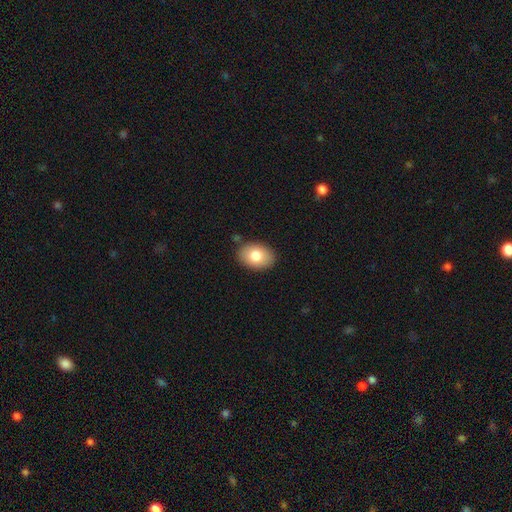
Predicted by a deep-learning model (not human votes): Smooth or featured? smooth (81%)
How rounded? in between (82%)
Merging? none (86%)